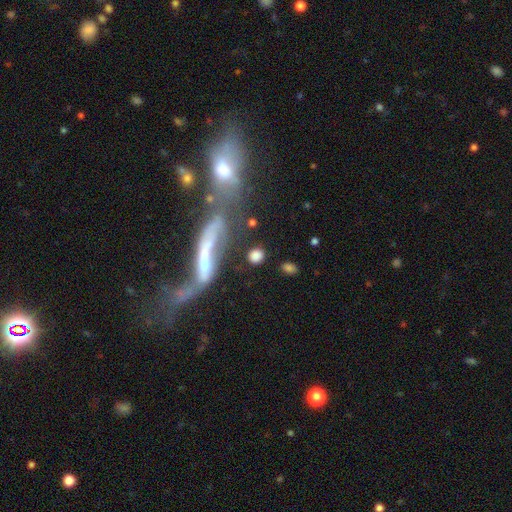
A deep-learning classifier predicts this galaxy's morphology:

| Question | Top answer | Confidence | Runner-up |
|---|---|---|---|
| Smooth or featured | smooth | 77% | featured or disk (14%) |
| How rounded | round | 55% | in between (33%) |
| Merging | none | 61% | merger (15%) |